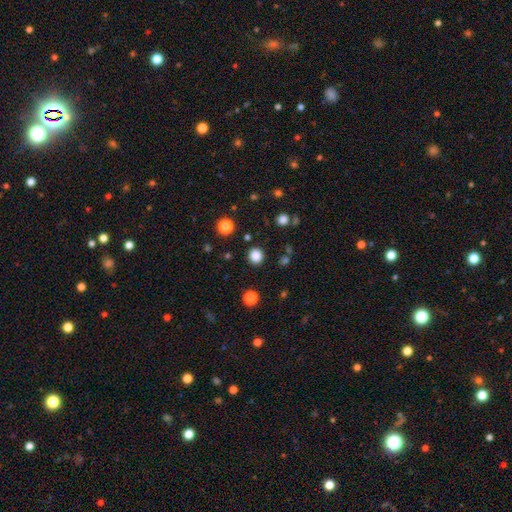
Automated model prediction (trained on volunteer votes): A smooth galaxy with no disk features (84%) that is round (91%). Merging: none (91%).